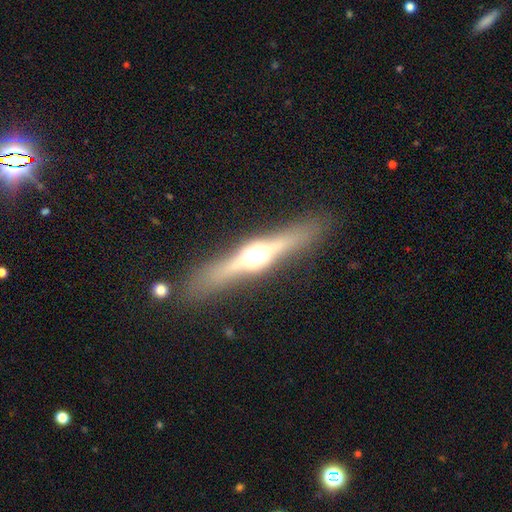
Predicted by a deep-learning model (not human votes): This appears to be a featured or disk galaxy (71%) viewed edge-on (95%) with a rounded central bulge (93%). Merging: none (87%).